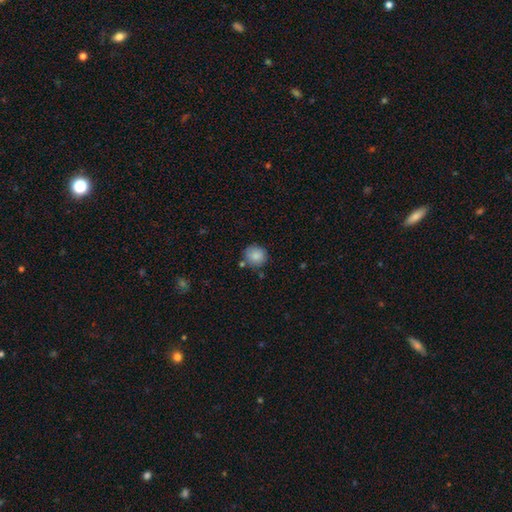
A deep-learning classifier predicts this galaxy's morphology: Q: Smooth or featured?
A: smooth (87%); runner-up: star or artifact (8%)
Q: How rounded?
A: round (89%); runner-up: in between (10%)
Q: Merging?
A: none (77%); runner-up: minor disturbance (14%)